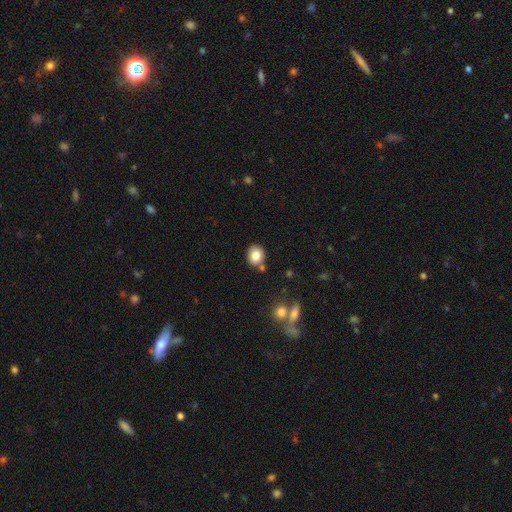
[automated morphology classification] A smooth galaxy with no disk features (85%) that is round (70%).

Vote fractions:
- Smooth or featured? smooth: 85% / star or artifact: 9% / featured or disk: 6%
- How rounded? round: 70% / in between: 29% / cigar-shaped: 1%
- Merging? none: 76% / minor disturbance: 13% / merger: 8% / major disturbance: 3%